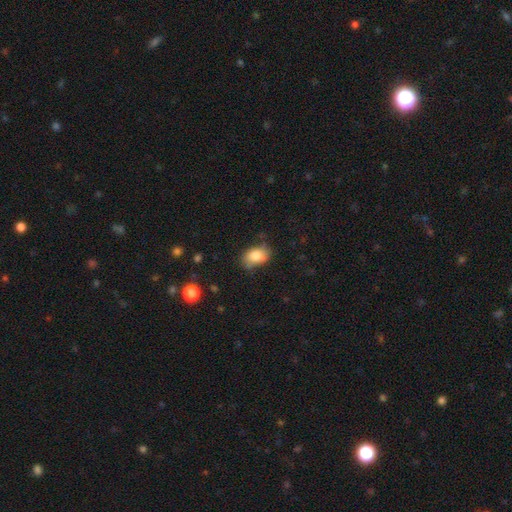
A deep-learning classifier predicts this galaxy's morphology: Smooth or featured? Predicted: smooth (p=0.82). How rounded? Predicted: in between (p=0.83). Merging? Predicted: none (p=0.65).